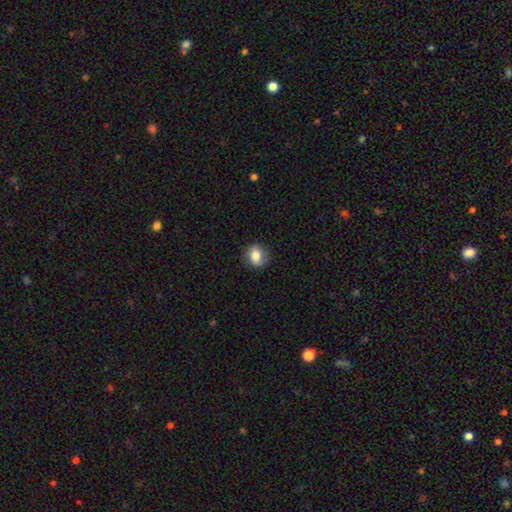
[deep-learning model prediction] smooth-or-featured: smooth: 75% | featured or disk: 16% | star or artifact: 9%
  how-rounded: round: 60% | in between: 39% | cigar-shaped: 1%
  merging: none: 81% | minor disturbance: 14% | major disturbance: 4% | merger: 1%